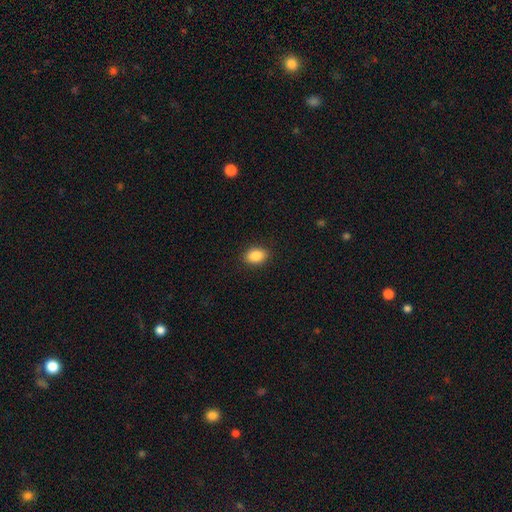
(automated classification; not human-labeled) smooth 87%, star or artifact 8%, featured or disk 5%. Down the decision tree: how rounded — in between (79%); merging — none (89%).